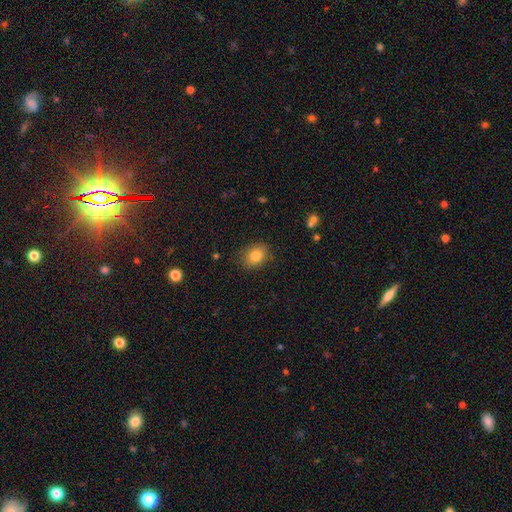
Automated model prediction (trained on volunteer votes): A smooth galaxy with no disk features (83%) that is in between round and cigar-shaped (60%).

Vote fractions:
- Smooth or featured? smooth: 83% / star or artifact: 9% / featured or disk: 8%
- How rounded? in between: 60% / round: 39% / cigar-shaped: 1%
- Merging? none: 83% / minor disturbance: 13% / major disturbance: 3% / merger: 1%